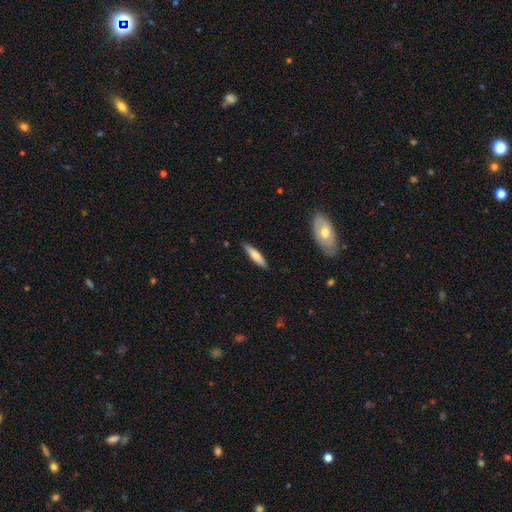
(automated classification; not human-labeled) This appears to be a smooth galaxy with no disk features (74%) that is cigar-shaped (77%). Merging: none (85%).